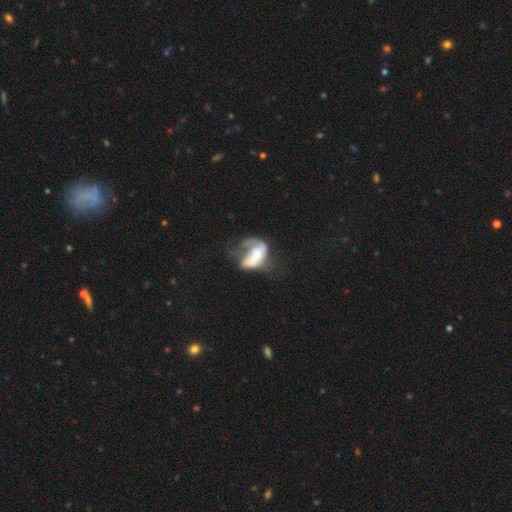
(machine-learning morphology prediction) featured or disk 57%, smooth 36%, star or artifact 8%. Down the decision tree: edge-on disk — no (96%); bar — no (71%); spiral arms — no (56%); bulge size — moderate (42%); merging — major disturbance (37%).